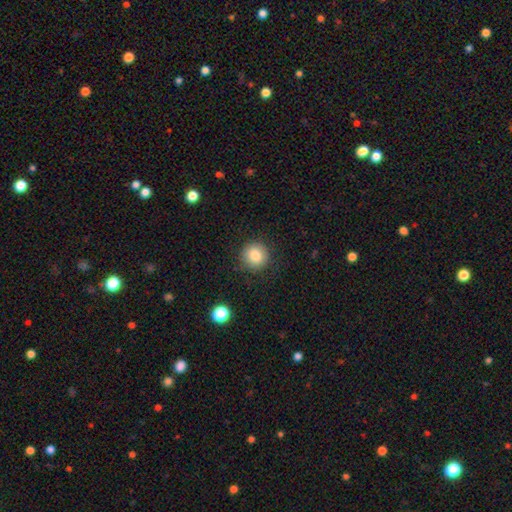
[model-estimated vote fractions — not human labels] A smooth galaxy with no disk features (84%) that is round (92%). Merging: none (87%).